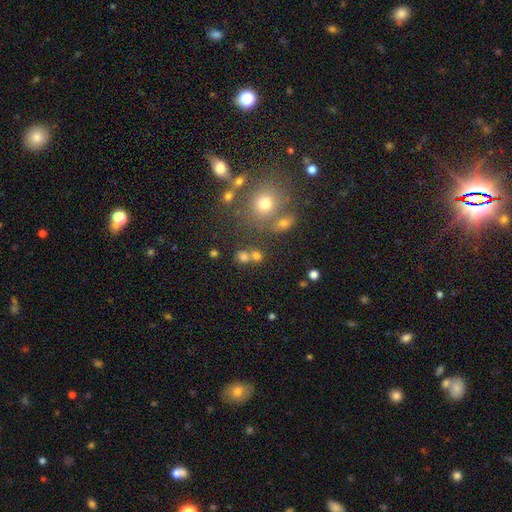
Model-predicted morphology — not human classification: Smooth or featured: smooth — 71% (star or artifact — 18%)
How rounded: round — 71% (in between — 27%)
Merging: none — 50% (merger — 36%)